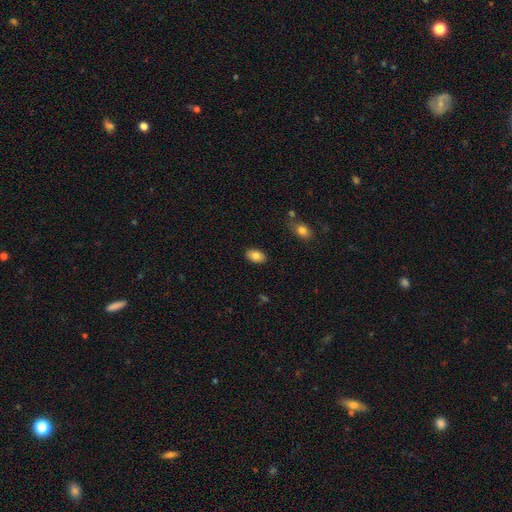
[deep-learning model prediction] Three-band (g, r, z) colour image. It shows a smooth galaxy with no disk features (83%) that is in between round and cigar-shaped (91%). Merging: none (87%).